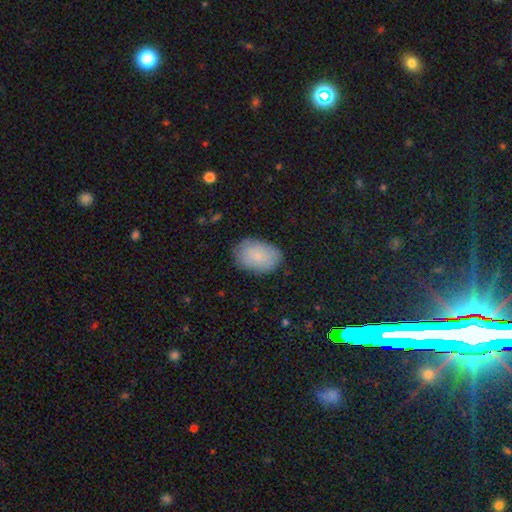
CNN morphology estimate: Overall: smooth (80%). How rounded: in between (85%). Merging: none (82%).